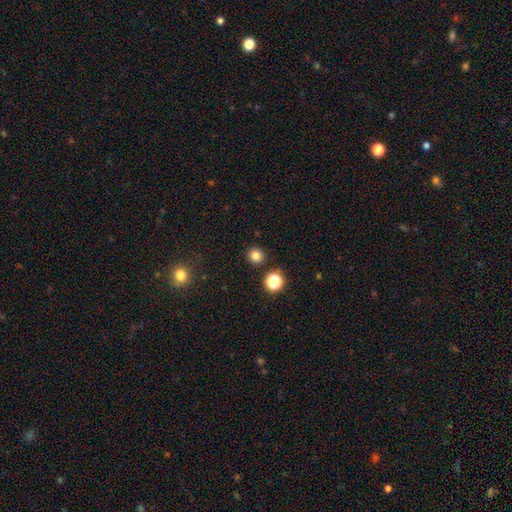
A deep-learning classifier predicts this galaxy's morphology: A smooth galaxy with no disk features (81%) that is round (92%). Merging: none (90%).